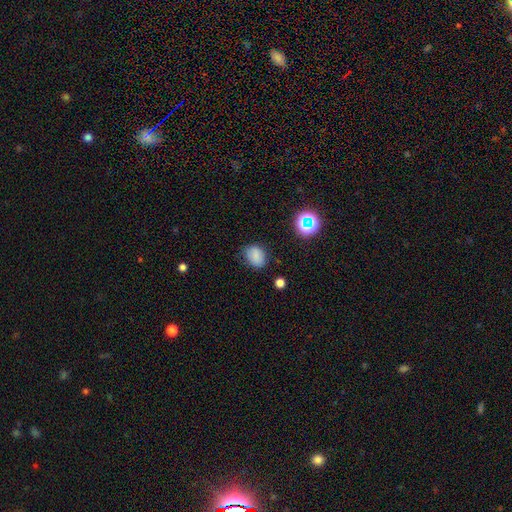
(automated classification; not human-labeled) Smooth or featured? smooth (79%)
How rounded? in between (55%)
Merging? none (76%)